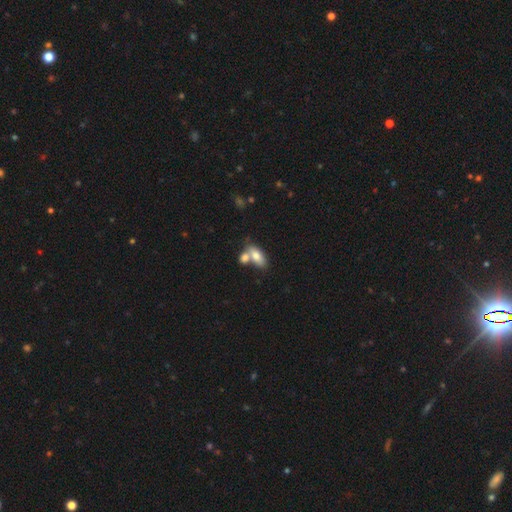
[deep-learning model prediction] smooth_or_featured: smooth (p=0.76) [alt: featured or disk p=0.17]
how_rounded: in between (p=0.88) [alt: cigar-shaped p=0.07]
merging: merger (p=0.47) [alt: none p=0.39]